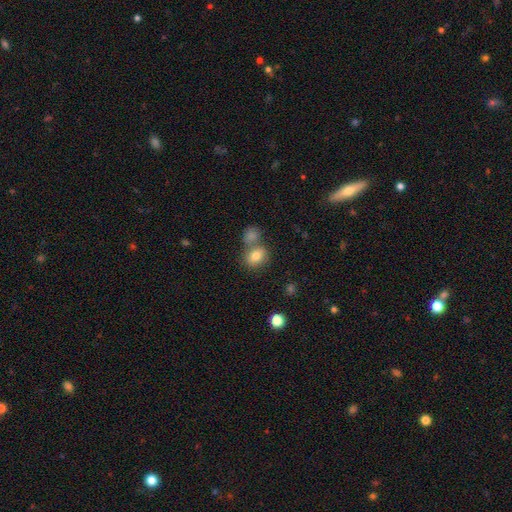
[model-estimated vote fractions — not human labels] Overall: smooth (79%). How rounded: round (54%; in between 45%). Merging: none (50%; merger 35%).